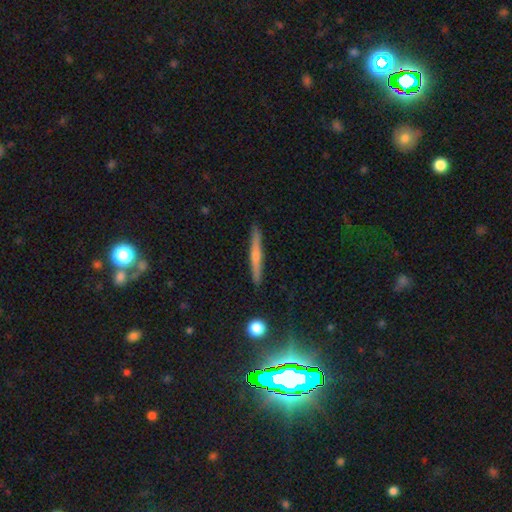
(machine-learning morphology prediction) This appears to be a featured or disk galaxy (49%). Merging: none (89%).